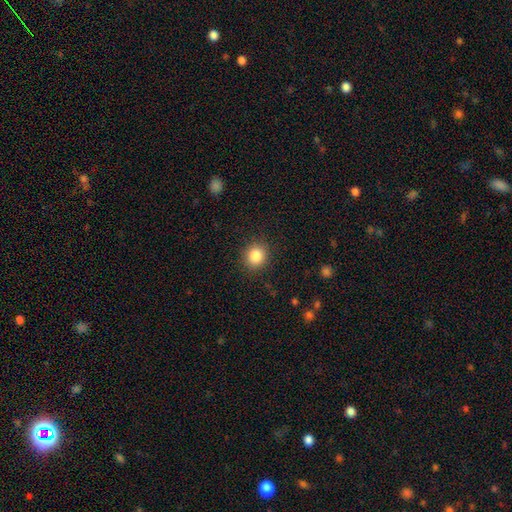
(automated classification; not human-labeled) Overall: smooth (85%). How rounded: round (82%). Merging: none (89%).